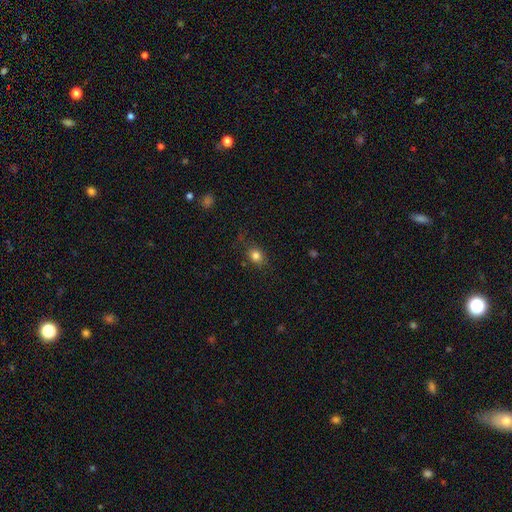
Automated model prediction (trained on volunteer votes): Morphology: type=smooth (81%); roundness=round (52%); merging=none (80%).